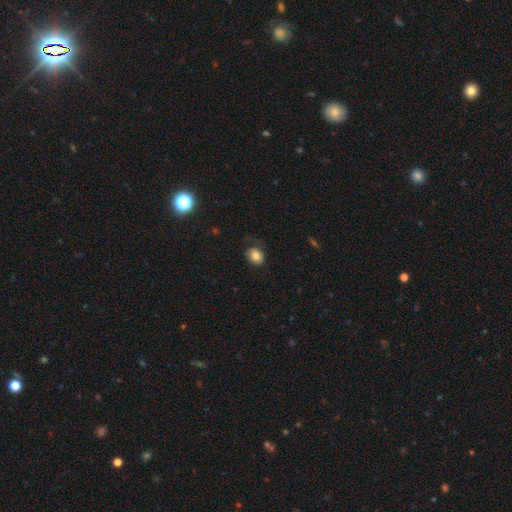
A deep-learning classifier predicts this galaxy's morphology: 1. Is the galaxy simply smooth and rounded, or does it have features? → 78% smooth, 13% featured or disk, 9% star or artifact.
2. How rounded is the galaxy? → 50% round, 49% in between, 1% cigar-shaped.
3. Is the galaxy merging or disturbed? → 62% none, 23% minor disturbance, 15% major disturbance, 1% merger.